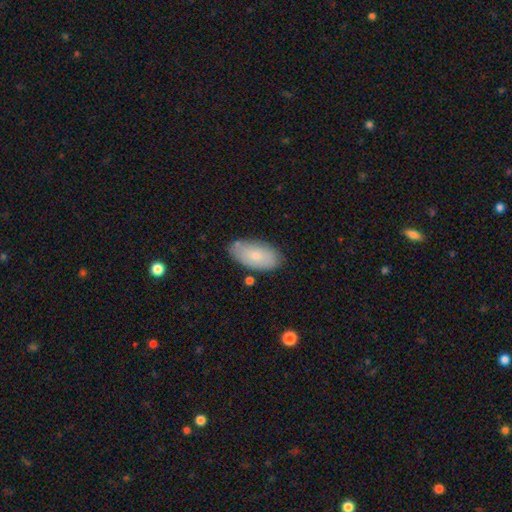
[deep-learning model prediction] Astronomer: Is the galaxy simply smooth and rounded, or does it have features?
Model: smooth — 77%.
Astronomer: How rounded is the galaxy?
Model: in between — 95%.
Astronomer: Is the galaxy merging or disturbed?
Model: none — 79%.